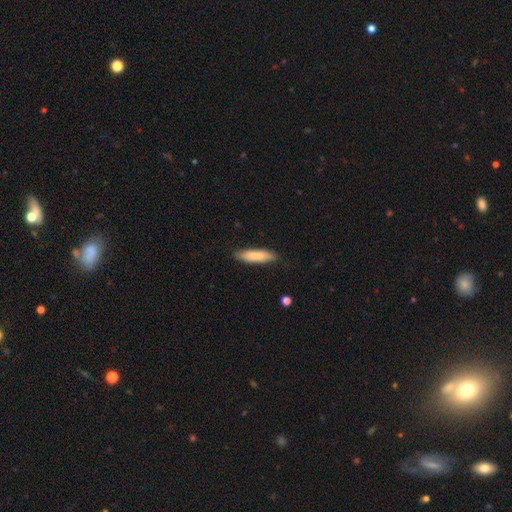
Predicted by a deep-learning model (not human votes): smooth-or-featured: smooth: 84% | featured or disk: 11% | star or artifact: 6%
  how-rounded: cigar-shaped: 66% | in between: 32% | round: 1%
  merging: none: 84% | minor disturbance: 13% | major disturbance: 2% | merger: 1%